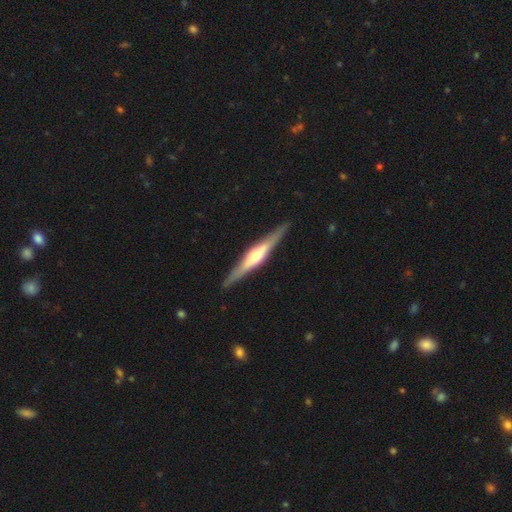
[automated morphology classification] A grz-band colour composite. It shows a featured or disk galaxy (76%) viewed edge-on (97%) with a rounded central bulge (87%). Merging: none (90%).